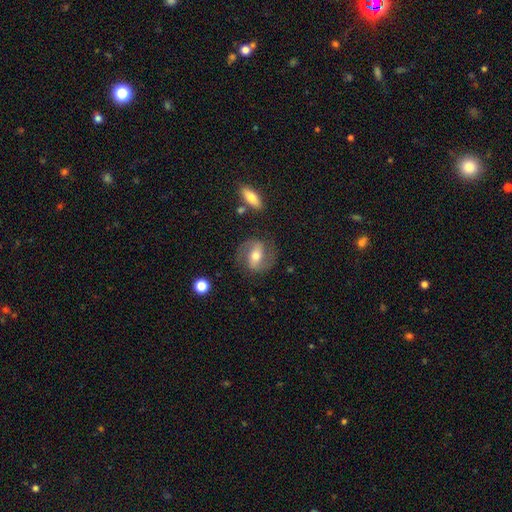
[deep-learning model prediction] Overall: featured or disk (78%). Edge-on disk: no (96%). Bar: strong (40%; weak 37%). Spiral arms: yes (94%). Spiral arm count: 2 (92%). Spiral winding: medium (54%; tight 25%). Bulge size: moderate (67%). Merging: none (79%).